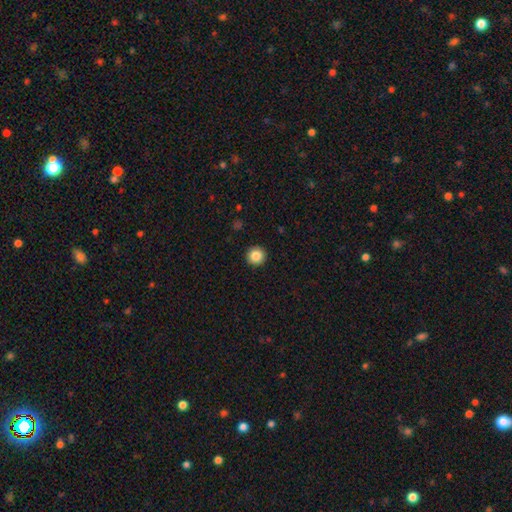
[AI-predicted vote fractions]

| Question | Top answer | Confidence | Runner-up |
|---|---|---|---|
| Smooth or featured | smooth | 85% | star or artifact (10%) |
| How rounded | round | 96% | in between (3%) |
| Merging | none | 94% | minor disturbance (4%) |